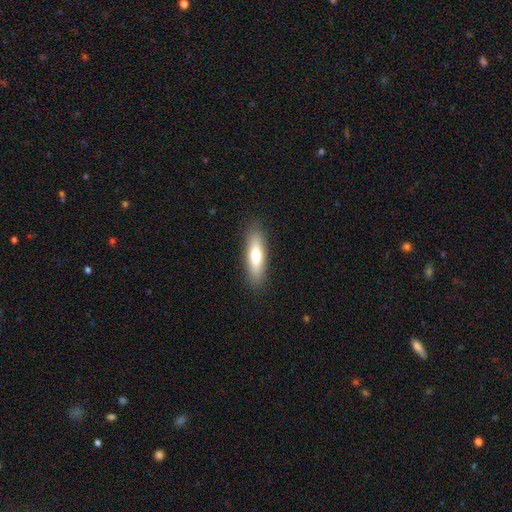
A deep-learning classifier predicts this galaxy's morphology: Smooth or featured? Predicted: smooth (p=0.64). How rounded? Predicted: cigar-shaped (p=0.60). Merging? Predicted: none (p=0.89).